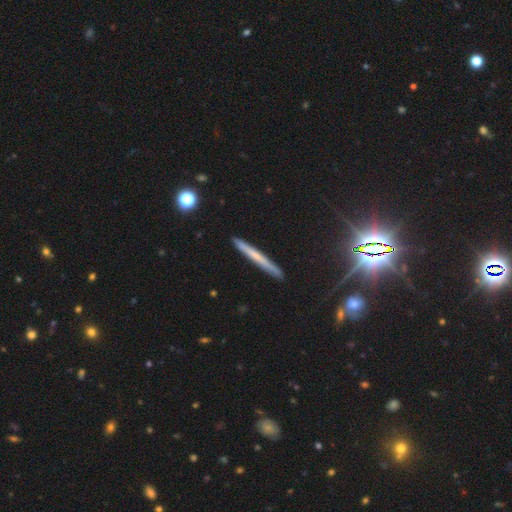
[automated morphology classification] Smooth or featured?
  - smooth: 50% *
  - featured or disk: 41%
  - star or artifact: 9%
How rounded?
  - cigar-shaped: 97% *
  - in between: 2%
  - round: 1%
Merging?
  - none: 90% *
  - minor disturbance: 8%
  - major disturbance: 1%
  - merger: 1%